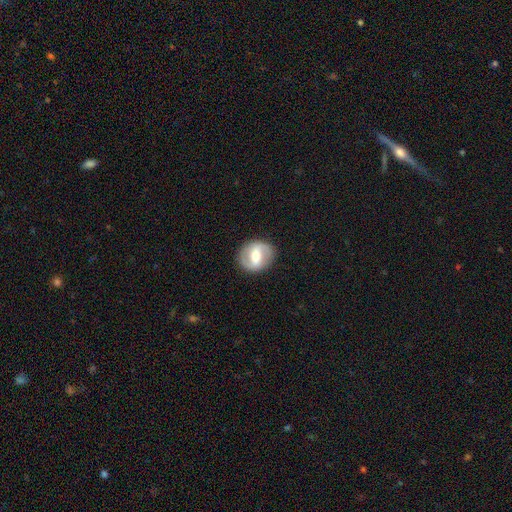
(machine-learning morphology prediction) The model was most divided on "bar": strong: 52%, weak: 35%, no: 13%. More confident: edge-on disk — no (95%); merging — none (88%); bulge size — moderate (68%); smooth or featured — featured or disk (68%); spiral arms — yes (65%).